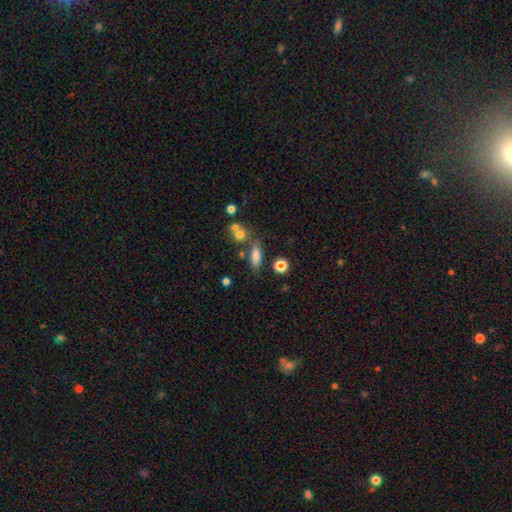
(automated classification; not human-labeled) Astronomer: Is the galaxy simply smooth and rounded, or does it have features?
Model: smooth — 76%.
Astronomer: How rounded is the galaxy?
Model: in between — 56% (runner-up: cigar-shaped, 36%).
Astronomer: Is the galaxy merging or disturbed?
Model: none — 66%.